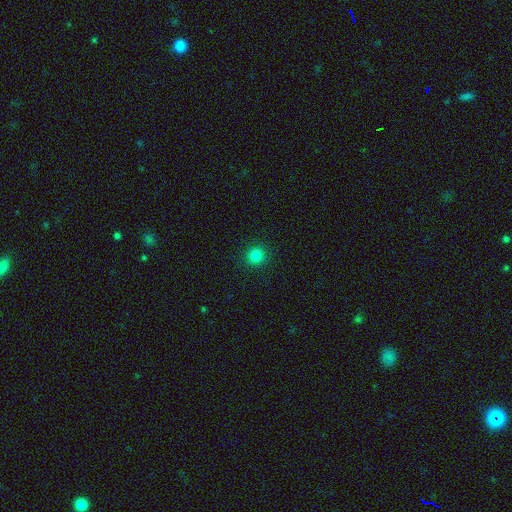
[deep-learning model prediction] smooth_or_featured: smooth (p=0.83) [alt: star or artifact p=0.13]
how_rounded: round (p=0.93) [alt: in between p=0.06]
merging: none (p=0.92) [alt: minor disturbance p=0.05]